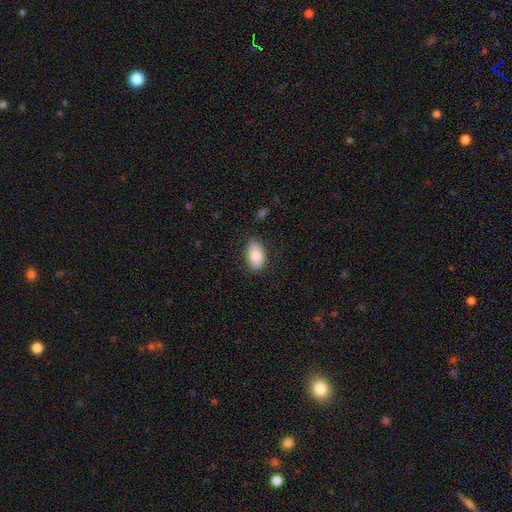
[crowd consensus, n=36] This is clearly a smooth galaxy (86%). How rounded: clearly in between (81%). Merging: likely none (70%).